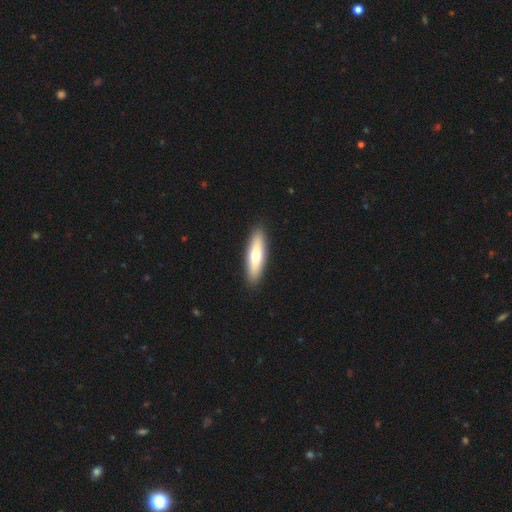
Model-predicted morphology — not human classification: Smooth or featured?
  - smooth: 66% *
  - featured or disk: 29%
  - star or artifact: 5%
How rounded?
  - cigar-shaped: 63% *
  - in between: 35%
  - round: 2%
Merging?
  - none: 91% *
  - minor disturbance: 7%
  - major disturbance: 2%
  - merger: 1%